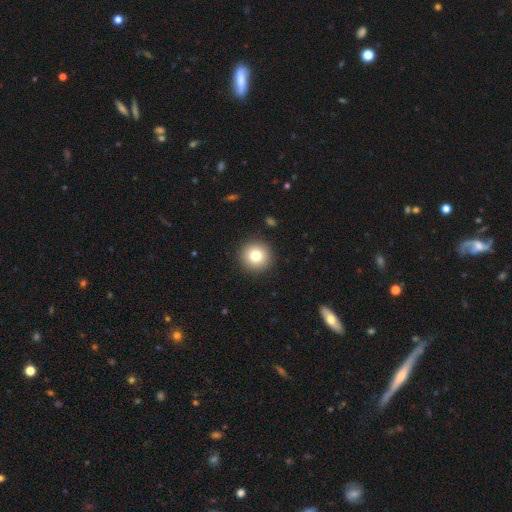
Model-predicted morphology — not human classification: A smooth galaxy with no disk features (78%) that is round (95%). Merging: none (92%).